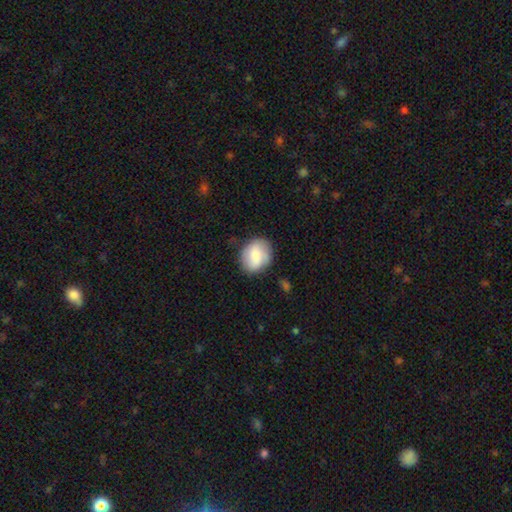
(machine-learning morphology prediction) smooth-or-featured: smooth: 71% | featured or disk: 22% | star or artifact: 7%
  how-rounded: round: 60% | in between: 39% | cigar-shaped: 1%
  merging: none: 71% | minor disturbance: 20% | major disturbance: 6% | merger: 2%